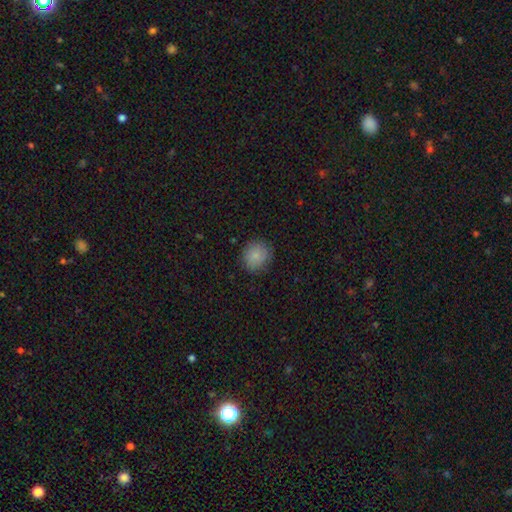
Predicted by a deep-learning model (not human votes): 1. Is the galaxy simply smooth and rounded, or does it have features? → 85% smooth, 9% star or artifact, 6% featured or disk.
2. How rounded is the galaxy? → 84% round, 15% in between, 1% cigar-shaped.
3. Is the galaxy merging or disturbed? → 84% none, 12% minor disturbance, 3% major disturbance, 1% merger.